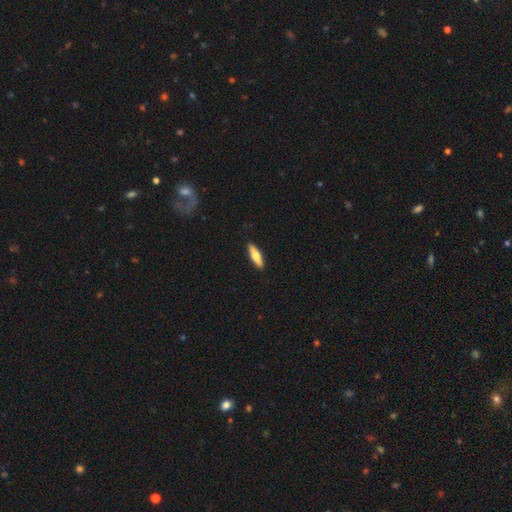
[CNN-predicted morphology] smooth_or_featured: smooth (p=0.62) [alt: featured or disk p=0.33]
how_rounded: cigar-shaped (p=0.64) [alt: in between p=0.34]
merging: none (p=0.91) [alt: minor disturbance p=0.07]